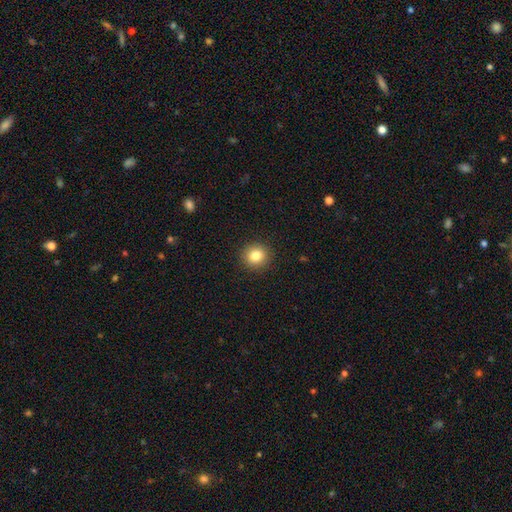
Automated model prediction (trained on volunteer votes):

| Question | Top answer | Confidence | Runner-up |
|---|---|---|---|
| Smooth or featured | smooth | 83% | star or artifact (11%) |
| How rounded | round | 89% | in between (10%) |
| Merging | none | 92% | minor disturbance (6%) |